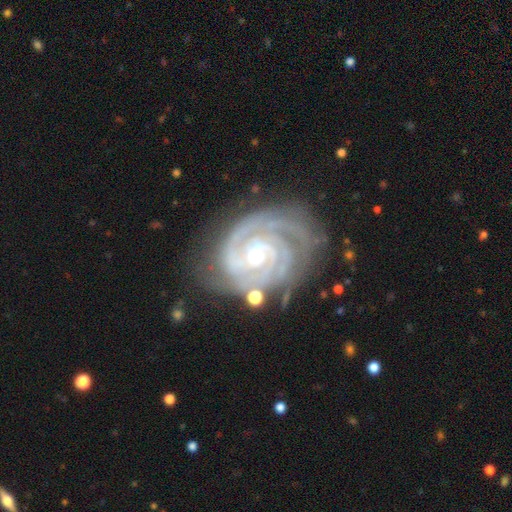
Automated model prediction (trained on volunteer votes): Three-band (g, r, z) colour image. It shows a featured or disk galaxy (92%) with no bar (59%), 3 (38%) tight (80%) spiral arms (99%) and a small central bulge (66%). Merging: none (69%).